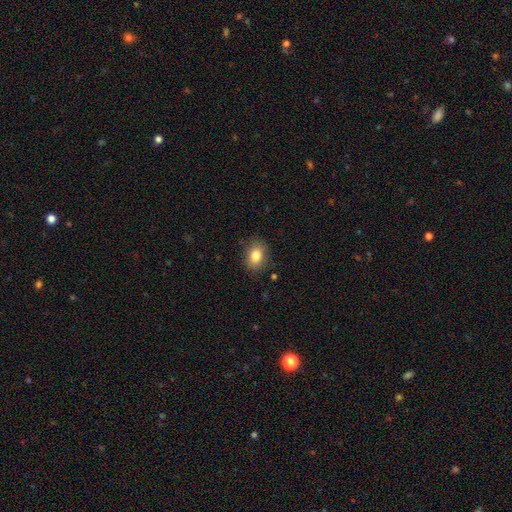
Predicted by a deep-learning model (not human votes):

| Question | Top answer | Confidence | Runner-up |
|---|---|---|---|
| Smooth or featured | smooth | 83% | star or artifact (9%) |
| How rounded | in between | 71% | round (28%) |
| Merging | none | 84% | minor disturbance (12%) |